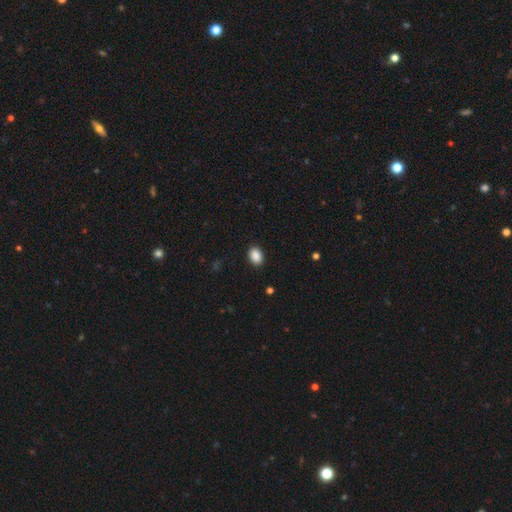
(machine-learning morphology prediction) smooth-or-featured: smooth: 89% | star or artifact: 8% | featured or disk: 3%
  how-rounded: in between: 82% | round: 17% | cigar-shaped: 1%
  merging: none: 90% | minor disturbance: 7% | major disturbance: 2% | merger: 1%